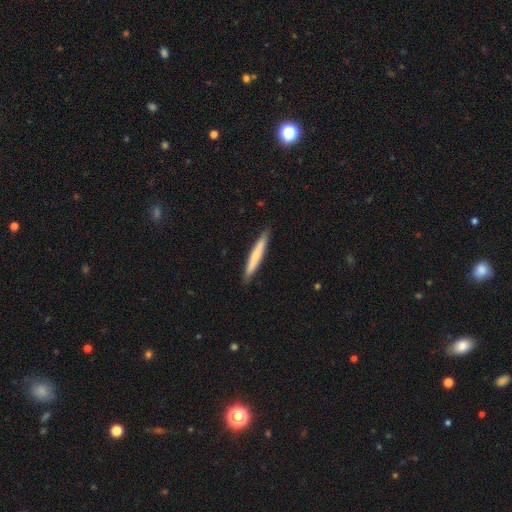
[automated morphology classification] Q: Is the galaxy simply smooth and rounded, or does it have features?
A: smooth — 60%.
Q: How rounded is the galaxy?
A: cigar-shaped — 95%.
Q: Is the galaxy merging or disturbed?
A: none — 91%.